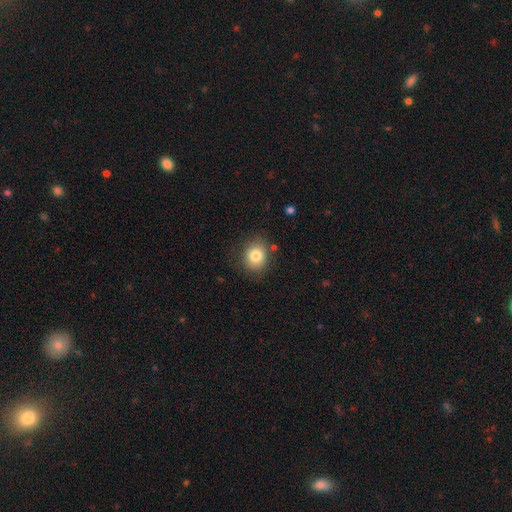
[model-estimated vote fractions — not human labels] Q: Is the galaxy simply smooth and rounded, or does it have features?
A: smooth — 82%.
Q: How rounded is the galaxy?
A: round — 68%.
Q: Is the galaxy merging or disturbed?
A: none — 80%.